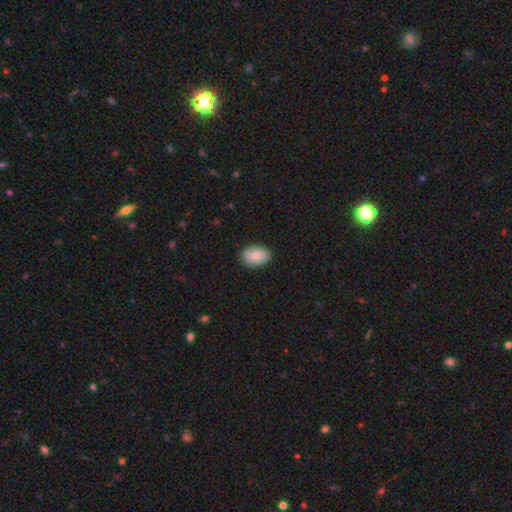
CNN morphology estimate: Smooth or featured?
  - smooth: 81% *
  - featured or disk: 12%
  - star or artifact: 7%
How rounded?
  - in between: 82% *
  - round: 17%
  - cigar-shaped: 1%
Merging?
  - none: 87% *
  - minor disturbance: 10%
  - major disturbance: 2%
  - merger: 1%